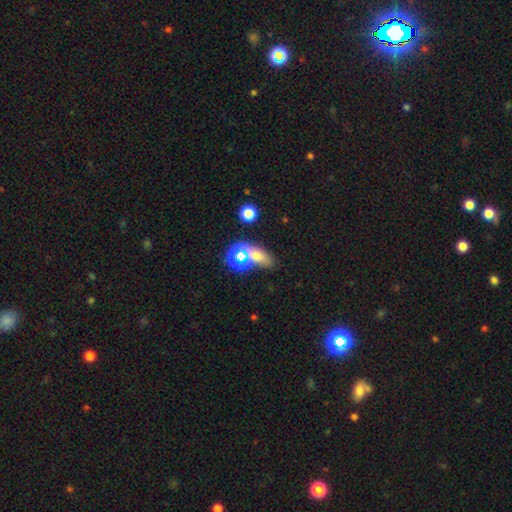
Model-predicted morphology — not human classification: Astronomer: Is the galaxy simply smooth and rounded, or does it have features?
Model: smooth — 55% (runner-up: star or artifact, 31%).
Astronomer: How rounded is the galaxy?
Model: in between — 70%.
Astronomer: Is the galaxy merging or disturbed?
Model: none — 56%.